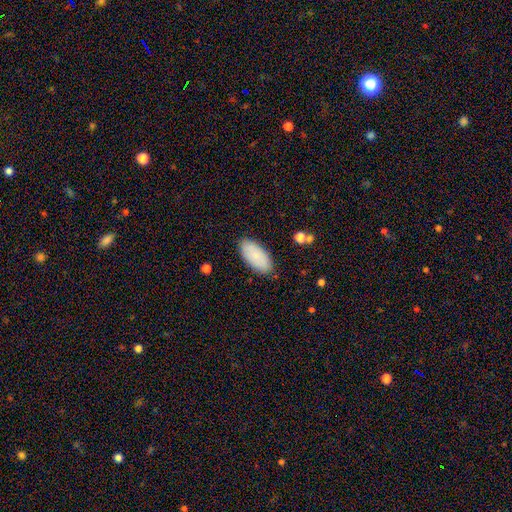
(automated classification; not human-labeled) smooth-or-featured: smooth: 87% | featured or disk: 7% | star or artifact: 6%
  how-rounded: in between: 93% | cigar-shaped: 5% | round: 2%
  merging: none: 87% | minor disturbance: 10% | major disturbance: 2% | merger: 1%